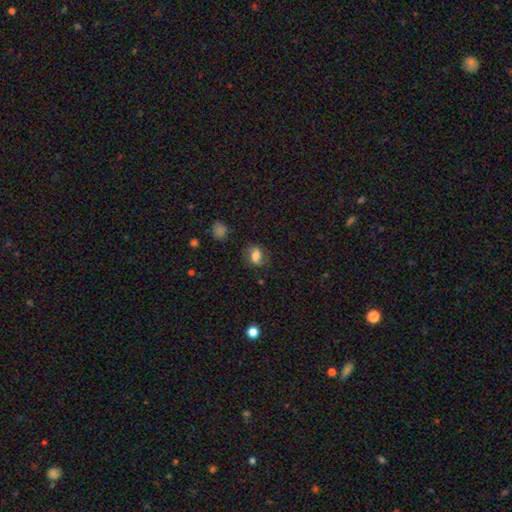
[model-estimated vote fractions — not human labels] Morphology: type=smooth (64%); roundness=in between (70%); merging=none (67%).